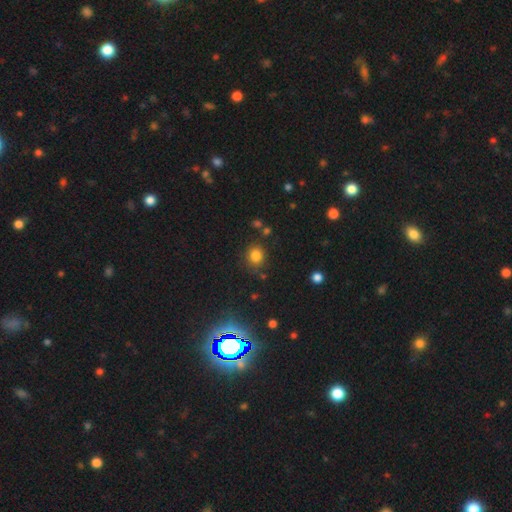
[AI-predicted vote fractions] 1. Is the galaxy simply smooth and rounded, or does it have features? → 80% smooth, 14% star or artifact, 6% featured or disk.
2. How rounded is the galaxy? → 75% round, 24% in between, 1% cigar-shaped.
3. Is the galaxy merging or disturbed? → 80% none, 12% minor disturbance, 5% merger, 4% major disturbance.